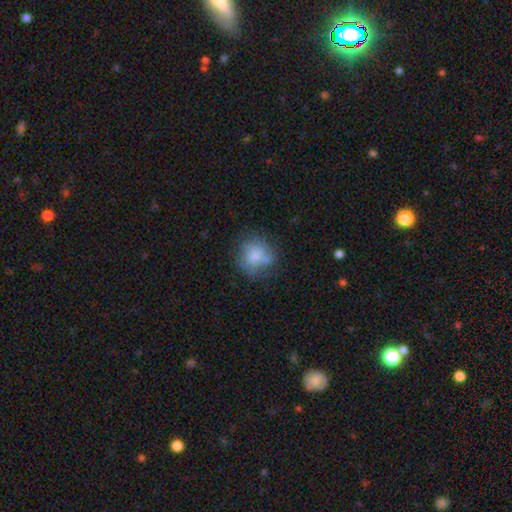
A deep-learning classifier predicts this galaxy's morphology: Smooth or featured: smooth — 58% (featured or disk — 32%)
How rounded: round — 76% (in between — 23%)
Merging: none — 57% (minor disturbance — 24%)